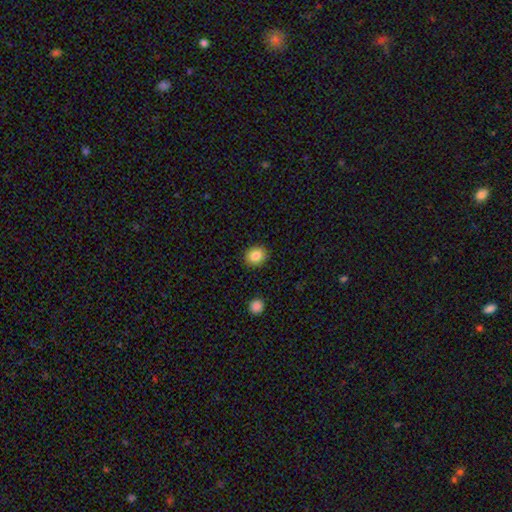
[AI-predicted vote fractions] This appears to be a smooth galaxy with no disk features (84%) that is round (78%). Merging: none (91%).